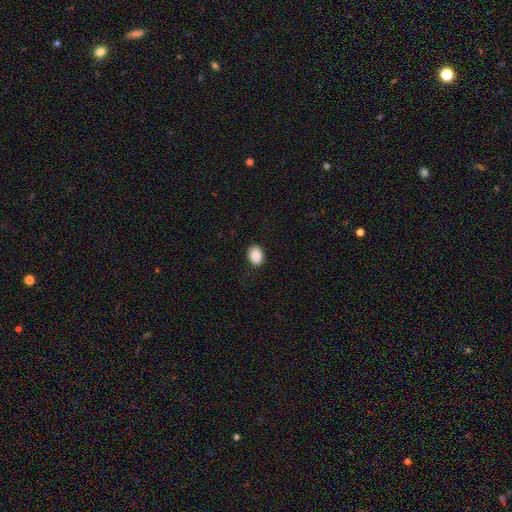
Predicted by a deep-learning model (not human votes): Q: Smooth or featured?
A: smooth (90%); runner-up: star or artifact (7%)
Q: How rounded?
A: in between (72%); runner-up: round (27%)
Q: Merging?
A: none (84%); runner-up: minor disturbance (12%)